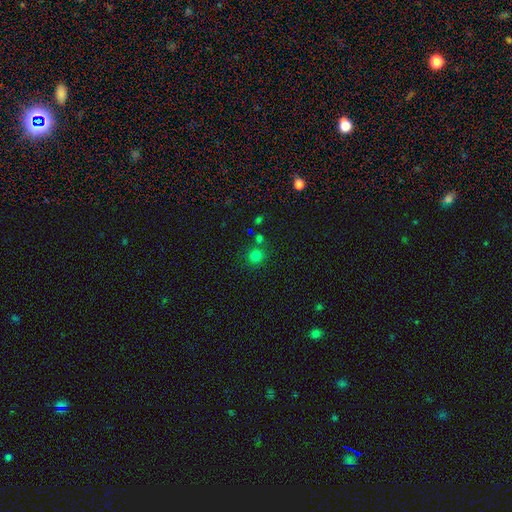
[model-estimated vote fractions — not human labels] This appears to be a smooth galaxy with no disk features (78%) that is round (91%). Merging: none (78%).